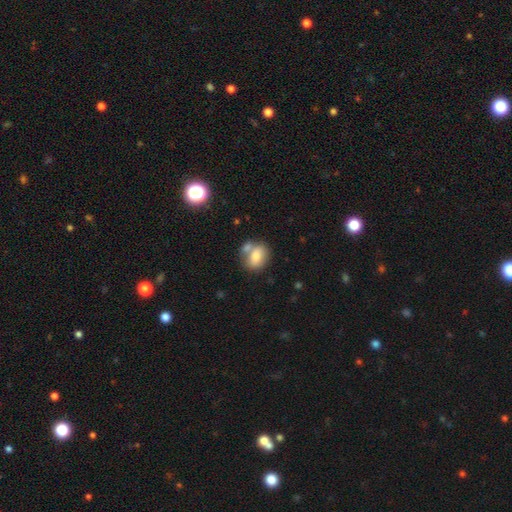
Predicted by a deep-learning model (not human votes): Smooth or featured?
  - smooth: 77% *
  - featured or disk: 15%
  - star or artifact: 9%
How rounded?
  - in between: 64% *
  - round: 34%
  - cigar-shaped: 2%
Merging?
  - none: 49% *
  - merger: 32%
  - minor disturbance: 14%
  - major disturbance: 5%